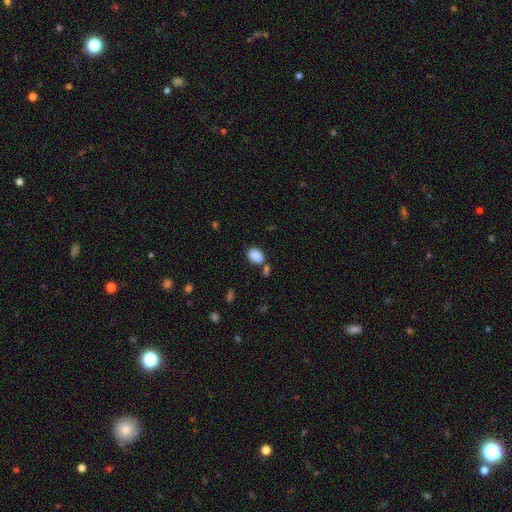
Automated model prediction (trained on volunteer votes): Smooth or featured? smooth (88%)
How rounded? in between (75%)
Merging? none (68%)